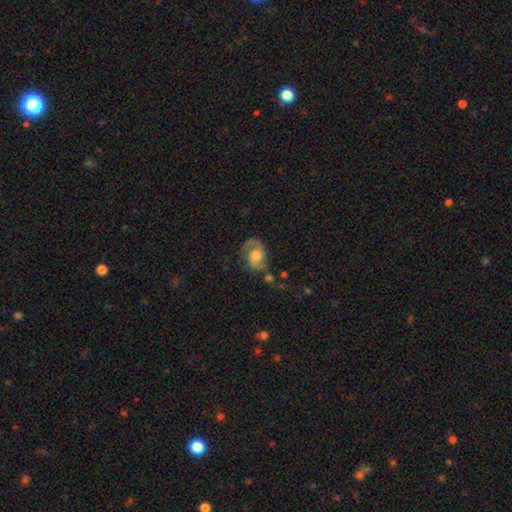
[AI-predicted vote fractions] A featured or disk galaxy (71%) with no bar (60%), 2 (74%) medium (48%) spiral arms (91%) and a moderate central bulge (61%).

Vote fractions:
- Smooth or featured? featured or disk: 71% / smooth: 22% / star or artifact: 7%
- Edge-on disk? no: 97% / yes: 3%
- Bar? no: 60% / weak: 33% / strong: 7%
- Spiral arms? yes: 91% / no: 9%
- Spiral winding? medium: 48% / loose: 29% / tight: 23%
- Spiral arm count? 2: 74% / 1: 16% / can't tell: 6% / 3: 1% / 4: 1% / more than 4: 1%
- Bulge size? moderate: 61% / small: 19% / large: 15% / none: 3% / dominant: 2%
- Merging? none: 59% / minor disturbance: 22% / major disturbance: 15% / merger: 5%